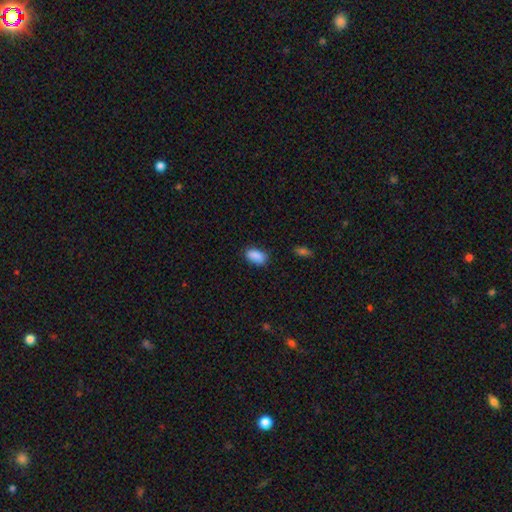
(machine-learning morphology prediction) The model was most divided on "merging": none: 74%, minor disturbance: 20%, major disturbance: 4%, merger: 3%. More confident: how rounded — in between (90%); smooth or featured — smooth (88%).